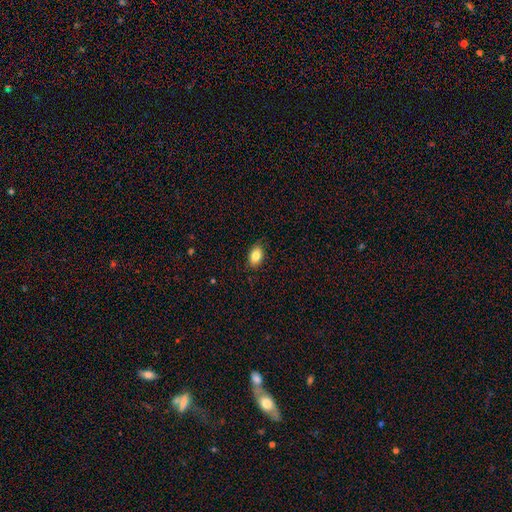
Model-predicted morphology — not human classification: Smooth or featured? smooth (85%)
How rounded? in between (88%)
Merging? none (85%)